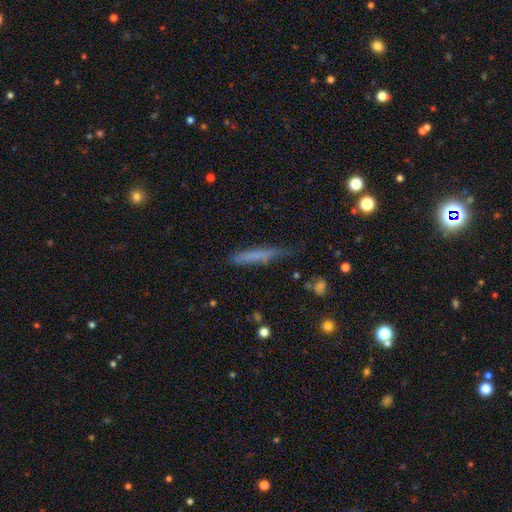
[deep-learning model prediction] smooth 69%, featured or disk 22%, star or artifact 9%. Down the decision tree: how rounded — cigar-shaped (92%); merging — none (69%).